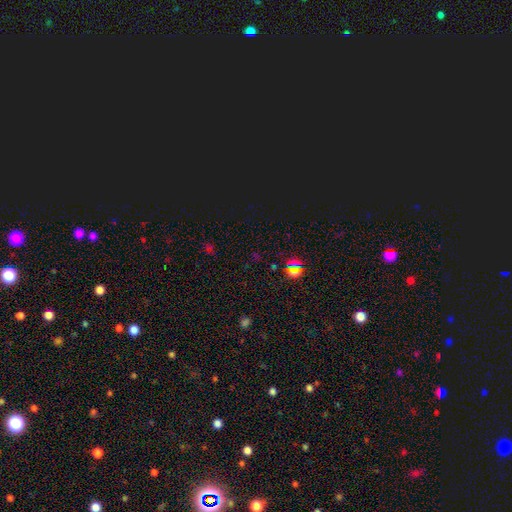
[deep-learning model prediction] The model was most divided on "smooth or featured": star or artifact: 70%, smooth: 23%, featured or disk: 7%.